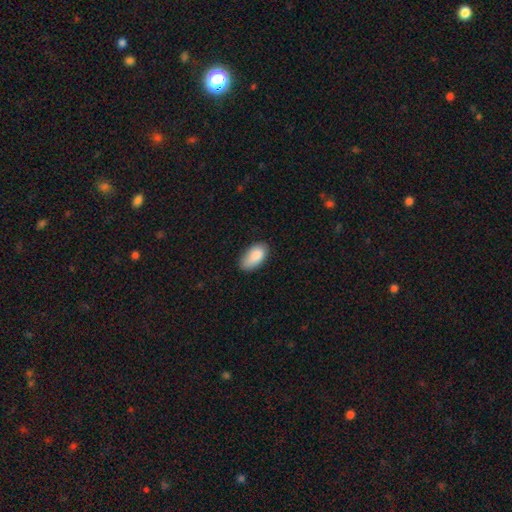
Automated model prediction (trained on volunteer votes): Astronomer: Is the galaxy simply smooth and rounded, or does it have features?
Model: smooth — 87%.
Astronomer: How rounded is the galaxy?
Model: in between — 94%.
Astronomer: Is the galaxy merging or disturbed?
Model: none — 72%.